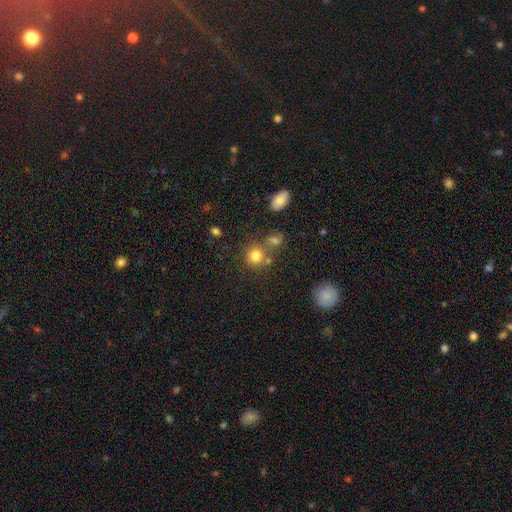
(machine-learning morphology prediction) Smooth or featured? Predicted: smooth (p=0.79). How rounded? Predicted: round (p=0.84). Merging? Predicted: none (p=0.63).